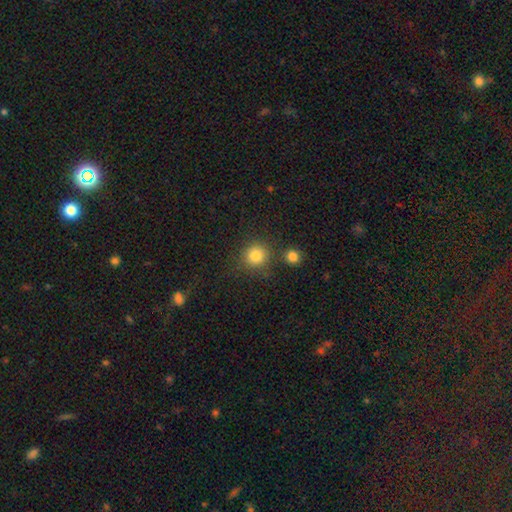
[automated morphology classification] smooth-or-featured: smooth: 82% | star or artifact: 12% | featured or disk: 6%
  how-rounded: round: 91% | in between: 8% | cigar-shaped: 1%
  merging: none: 77% | minor disturbance: 9% | merger: 9% | major disturbance: 4%